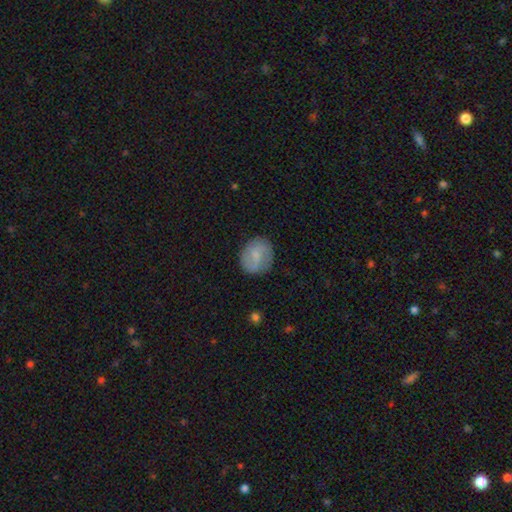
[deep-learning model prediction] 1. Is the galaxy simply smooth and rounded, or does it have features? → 53% smooth, 40% featured or disk, 7% star or artifact.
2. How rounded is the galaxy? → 69% round, 30% in between, 1% cigar-shaped.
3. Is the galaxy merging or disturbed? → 80% none, 15% minor disturbance, 4% major disturbance, 1% merger.